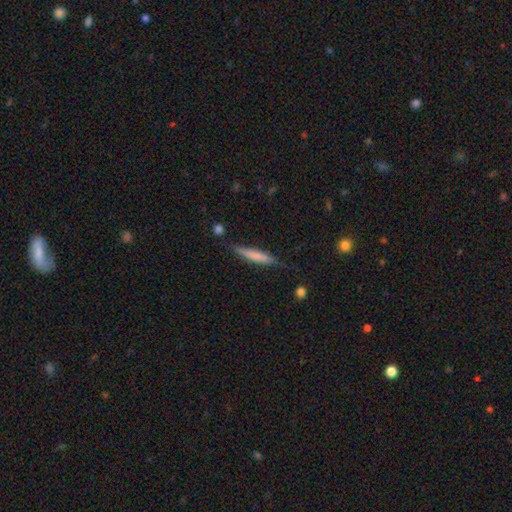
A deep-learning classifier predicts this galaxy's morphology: Smooth or featured?
  - smooth: 66% *
  - featured or disk: 28%
  - star or artifact: 6%
How rounded?
  - cigar-shaped: 91% *
  - in between: 7%
  - round: 2%
Merging?
  - none: 76% *
  - minor disturbance: 18%
  - major disturbance: 4%
  - merger: 3%